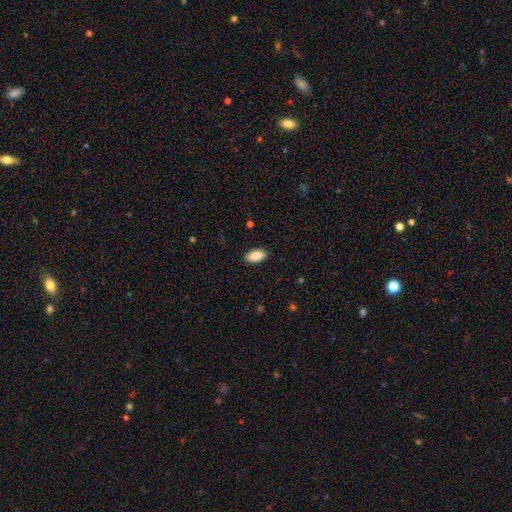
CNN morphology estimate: A smooth galaxy with no disk features (84%) that is in between round and cigar-shaped (92%).

Vote fractions:
- Smooth or featured? smooth: 84% / featured or disk: 9% / star or artifact: 7%
- How rounded? in between: 92% / cigar-shaped: 5% / round: 3%
- Merging? none: 89% / minor disturbance: 8% / major disturbance: 2% / merger: 1%